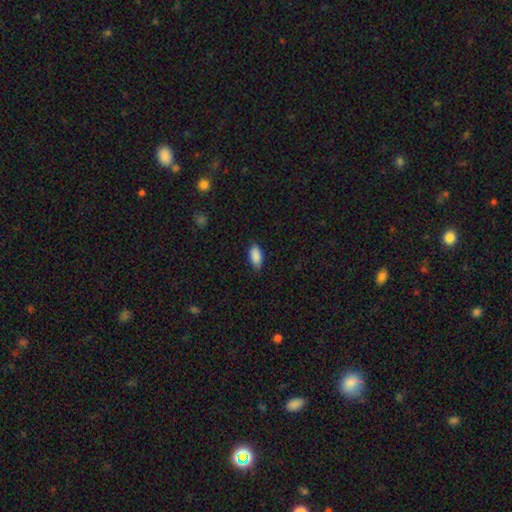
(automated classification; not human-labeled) This appears to be a smooth galaxy with no disk features (89%) that is in between round and cigar-shaped (91%). Merging: none (82%).